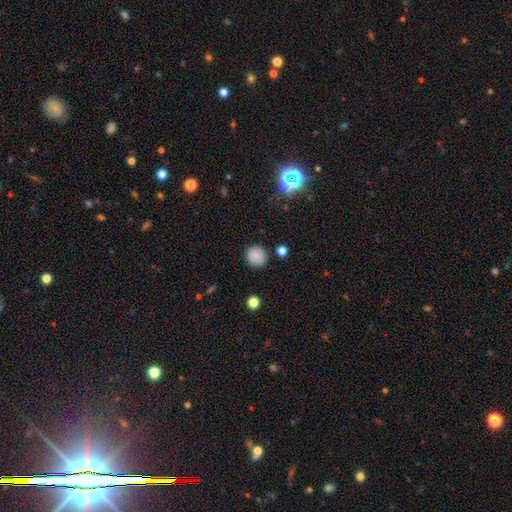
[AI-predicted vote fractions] Smooth or featured: smooth — 85% (star or artifact — 11%)
How rounded: round — 92% (in between — 7%)
Merging: none — 86% (minor disturbance — 9%)